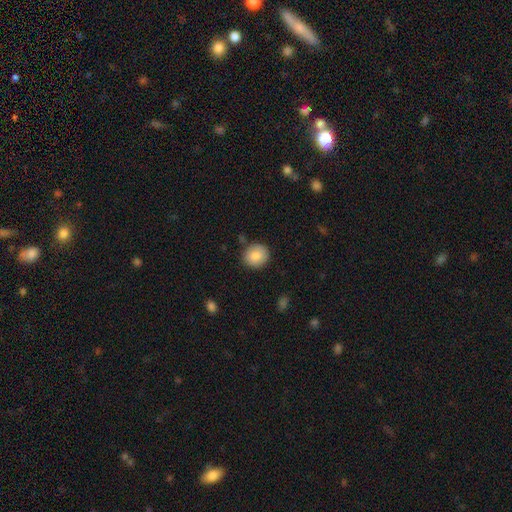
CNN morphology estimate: A smooth galaxy with no disk features (84%) that is round (87%). Merging: none (86%).